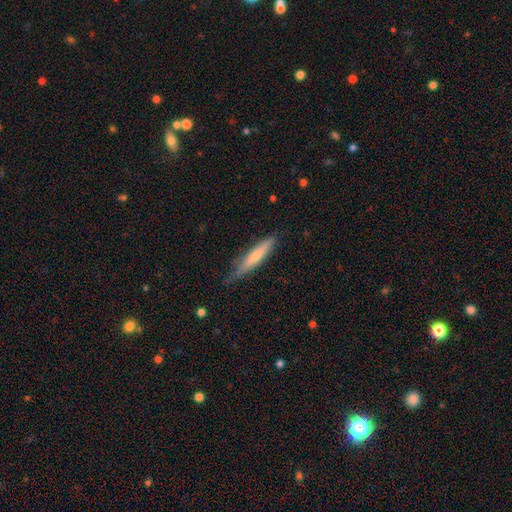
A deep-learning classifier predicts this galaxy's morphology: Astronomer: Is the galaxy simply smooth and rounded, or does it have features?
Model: smooth — 65%.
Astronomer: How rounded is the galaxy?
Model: cigar-shaped — 88%.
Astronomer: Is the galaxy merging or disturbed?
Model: none — 70%.